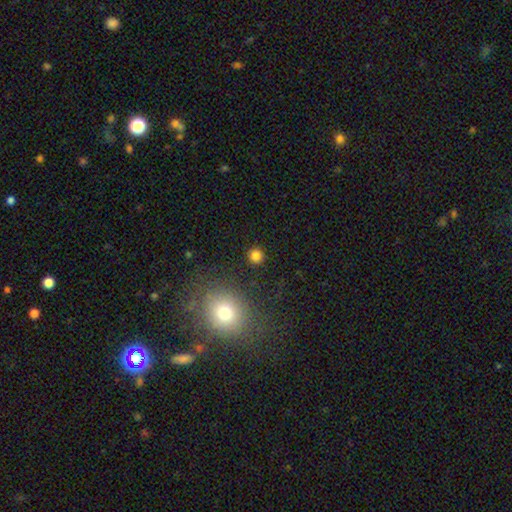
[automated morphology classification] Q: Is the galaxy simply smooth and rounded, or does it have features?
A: smooth — 81%.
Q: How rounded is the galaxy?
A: round — 93%.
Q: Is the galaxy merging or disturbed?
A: none — 90%.